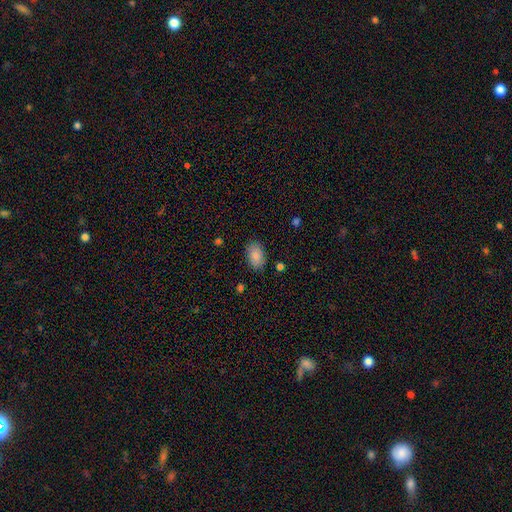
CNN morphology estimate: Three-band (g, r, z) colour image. It shows a smooth galaxy with no disk features (87%) that is in between round and cigar-shaped (89%). Merging: none (84%).